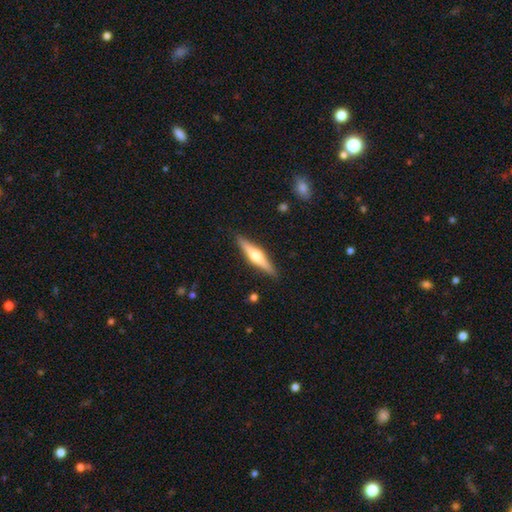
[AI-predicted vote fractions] Smooth or featured: featured or disk — 65% (smooth — 30%)
Edge-on disk: yes — 97% (no — 3%)
Edge-on bulge: rounded — 92% (boxy — 5%)
Merging: none — 90% (minor disturbance — 7%)